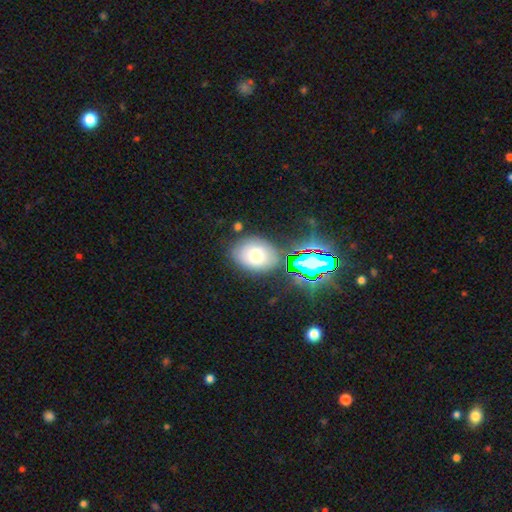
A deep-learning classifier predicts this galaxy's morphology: This is likely a smooth galaxy (66%). How rounded: likely in between (74%). Merging: likely none (76%).